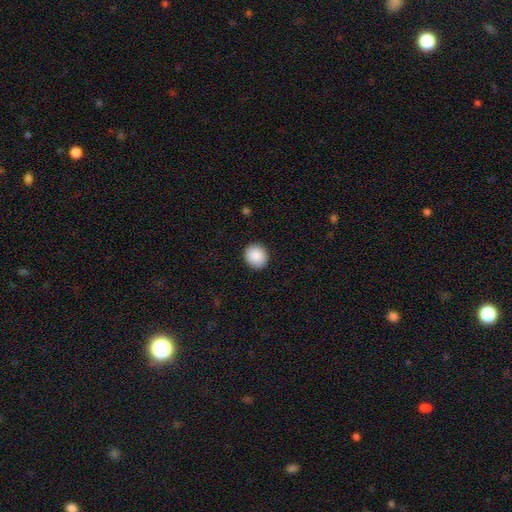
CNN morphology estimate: A smooth galaxy with no disk features (90%) that is round (79%).

Vote fractions:
- Smooth or featured? smooth: 90% / star or artifact: 7% / featured or disk: 3%
- How rounded? round: 79% / in between: 20% / cigar-shaped: 1%
- Merging? none: 91% / minor disturbance: 6% / major disturbance: 2% / merger: 1%